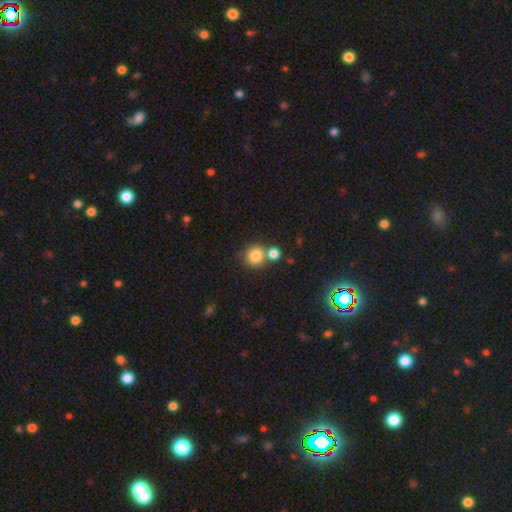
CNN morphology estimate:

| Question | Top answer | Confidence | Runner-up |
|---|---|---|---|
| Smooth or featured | smooth | 82% | star or artifact (11%) |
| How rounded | round | 91% | in between (8%) |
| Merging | none | 58% | merger (31%) |